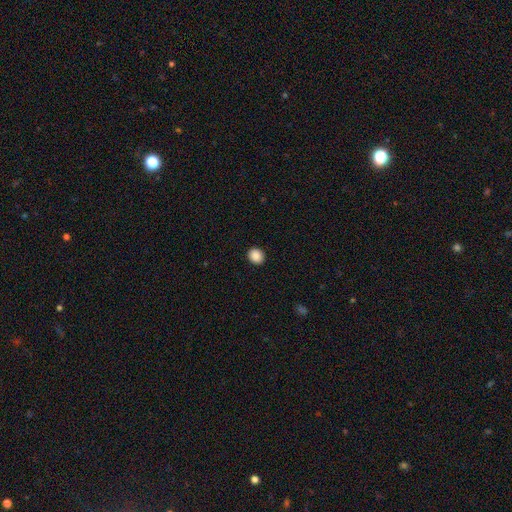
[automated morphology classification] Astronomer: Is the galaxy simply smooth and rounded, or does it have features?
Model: smooth — 89%.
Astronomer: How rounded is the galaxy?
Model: round — 74%.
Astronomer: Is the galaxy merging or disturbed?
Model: none — 92%.